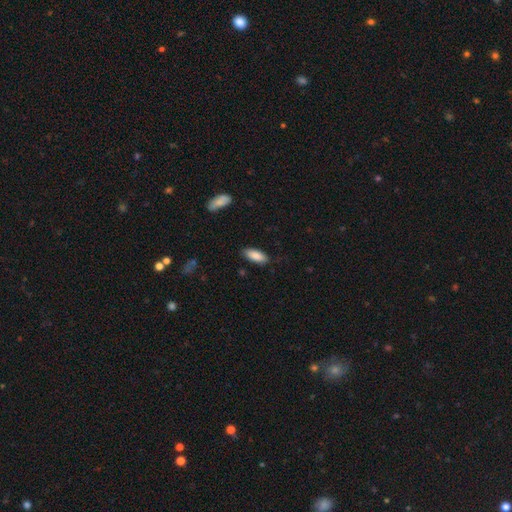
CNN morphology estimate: The model was most divided on "how rounded": in between: 79%, cigar-shaped: 19%, round: 2%. More confident: smooth or featured — smooth (87%); merging — none (83%).